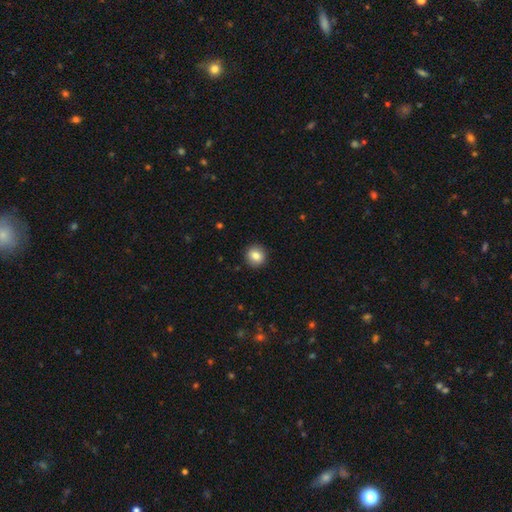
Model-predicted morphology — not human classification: The model was most divided on "smooth or featured": smooth: 83%, star or artifact: 9%, featured or disk: 8%. More confident: merging — none (91%); how rounded — round (88%).